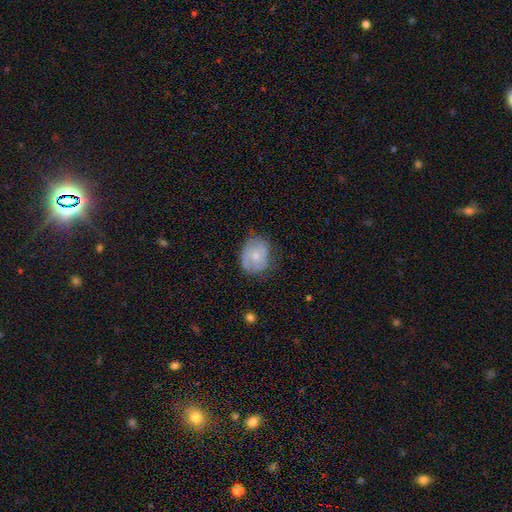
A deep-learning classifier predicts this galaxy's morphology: Overall: smooth (49%; featured or disk 44%). Merging: none (60%; minor disturbance 29%).